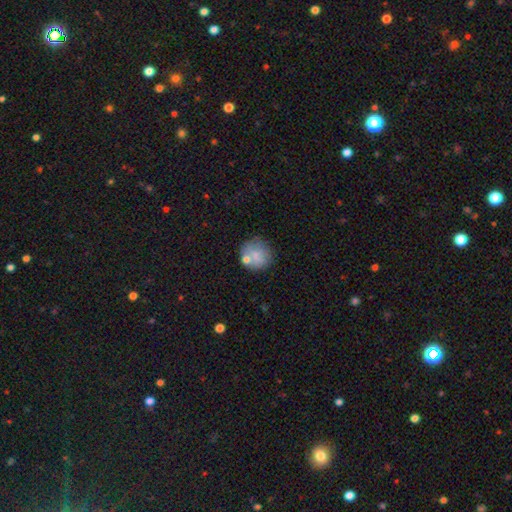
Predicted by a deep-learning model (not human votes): Morphology: type=smooth (70%); roundness=round (87%); merging=none (62%).